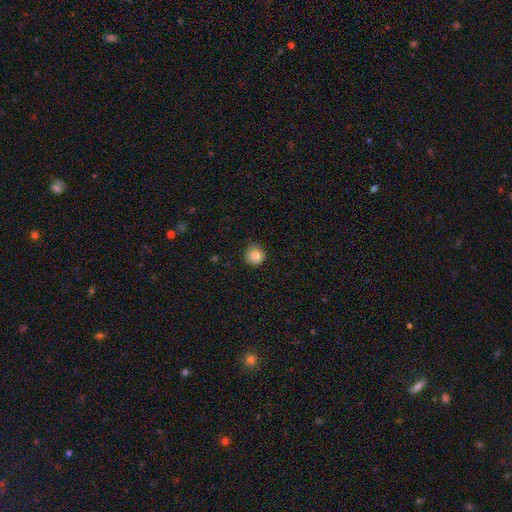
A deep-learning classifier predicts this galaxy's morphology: Smooth or featured? smooth (85%)
How rounded? round (89%)
Merging? none (72%)